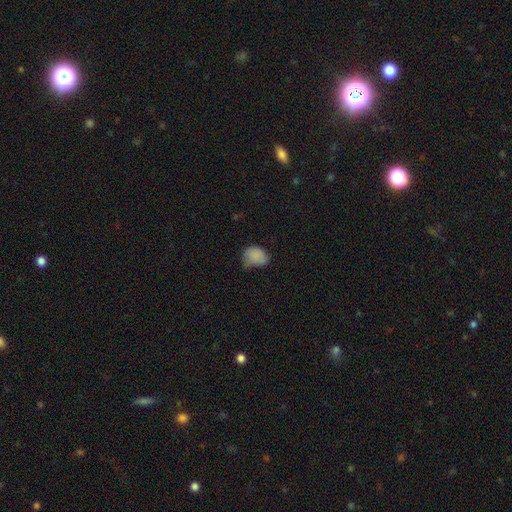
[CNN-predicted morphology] type=smooth (82%); roundness=in between (62%); merging=minor disturbance (43%).